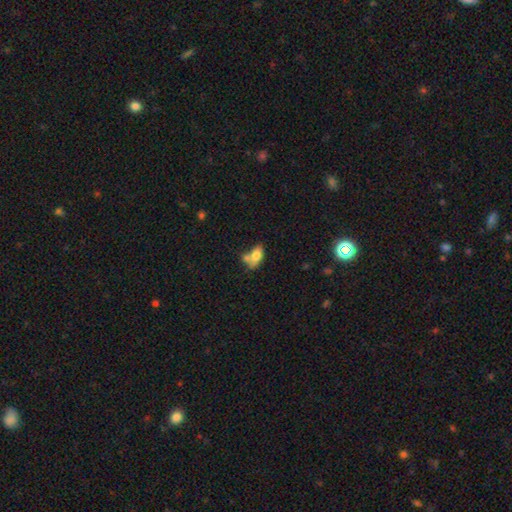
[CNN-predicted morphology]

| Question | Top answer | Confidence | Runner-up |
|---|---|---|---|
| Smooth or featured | smooth | 74% | featured or disk (17%) |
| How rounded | in between | 87% | round (7%) |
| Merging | merger | 42% | none (33%) |